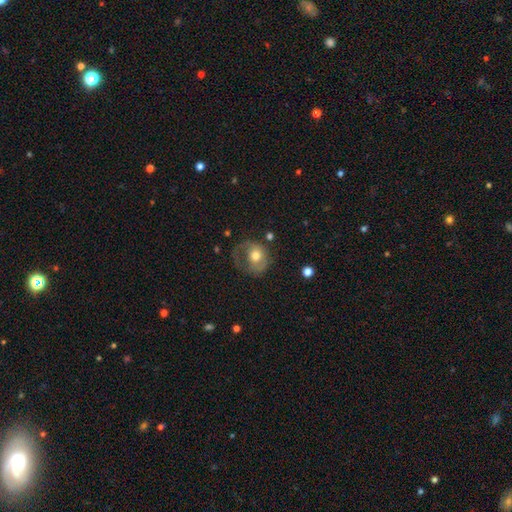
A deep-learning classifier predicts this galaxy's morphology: smooth 51%, featured or disk 41%, star or artifact 8%. Down the decision tree: how rounded — round (66%); merging — major disturbance (38%).